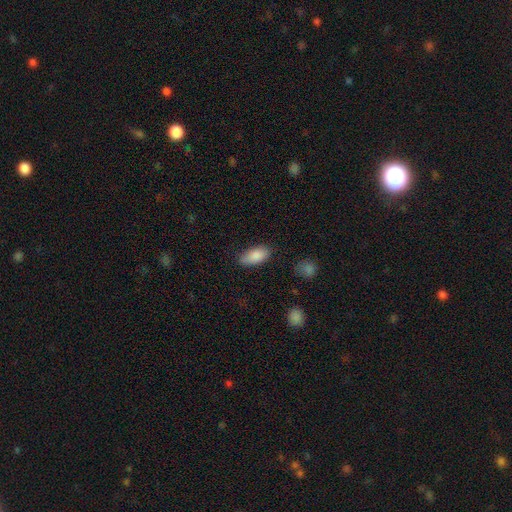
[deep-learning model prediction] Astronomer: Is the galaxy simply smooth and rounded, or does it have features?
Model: smooth — 87%.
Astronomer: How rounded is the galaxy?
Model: in between — 91%.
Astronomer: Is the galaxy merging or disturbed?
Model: none — 76%.